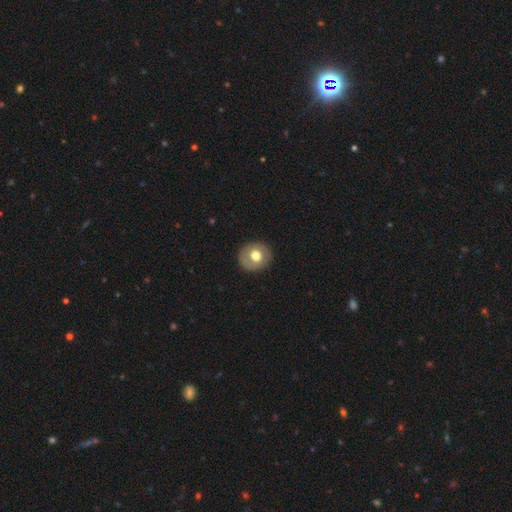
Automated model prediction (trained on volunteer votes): The model was most divided on "smooth or featured": smooth: 62%, featured or disk: 31%, star or artifact: 7%. More confident: merging — none (86%); how rounded — round (82%).